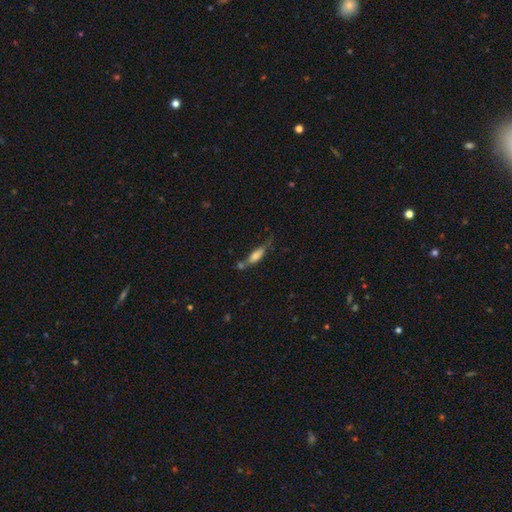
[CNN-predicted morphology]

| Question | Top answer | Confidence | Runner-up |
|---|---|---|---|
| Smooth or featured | smooth | 63% | featured or disk (29%) |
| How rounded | cigar-shaped | 57% | in between (40%) |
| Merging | none | 44% | minor disturbance (24%) |